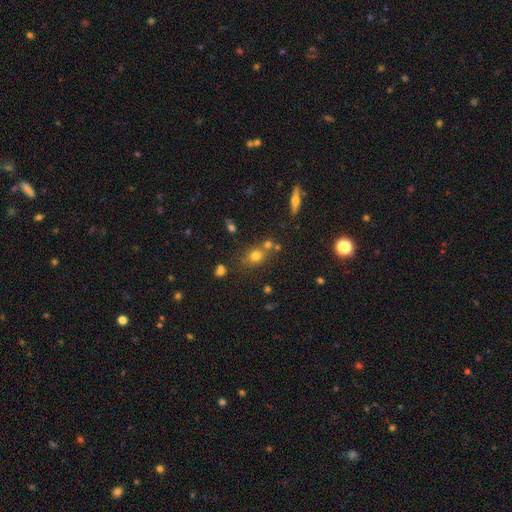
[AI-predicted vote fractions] The model was most divided on "how rounded": round: 53%, in between: 44%, cigar-shaped: 2%. More confident: smooth or featured — smooth (72%); merging — none (61%).